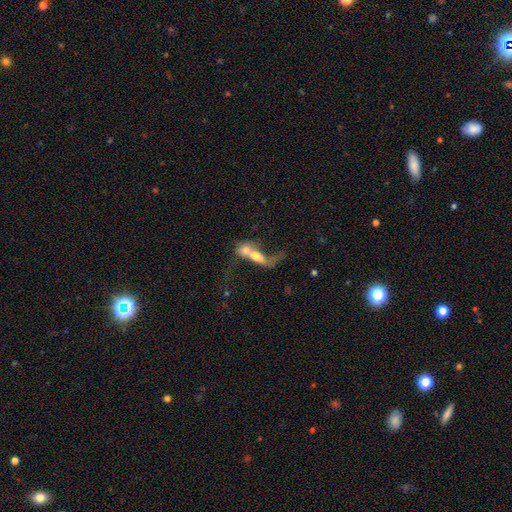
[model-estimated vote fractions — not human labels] Smooth or featured? smooth (48%)
Merging? merger (78%)